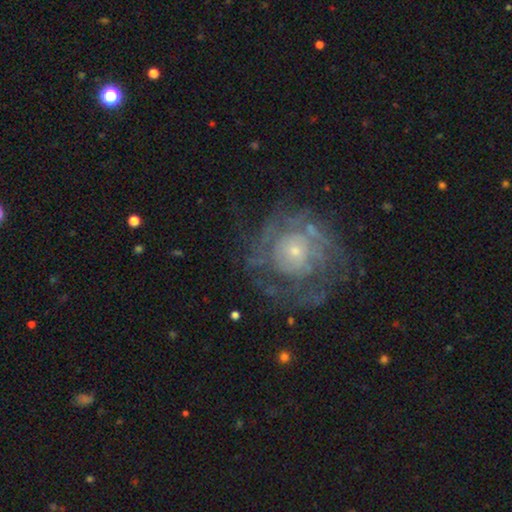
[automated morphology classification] The model was most divided on "bulge size": small: 65%, moderate: 27%, none: 3%, large: 3%, dominant: 1%. More confident: edge-on disk — no (97%); spiral arms — yes (78%); bar — no (78%); merging — none (73%); smooth or featured — featured or disk (70%); spiral winding — tight (66%); spiral arm count — can't tell (54%).